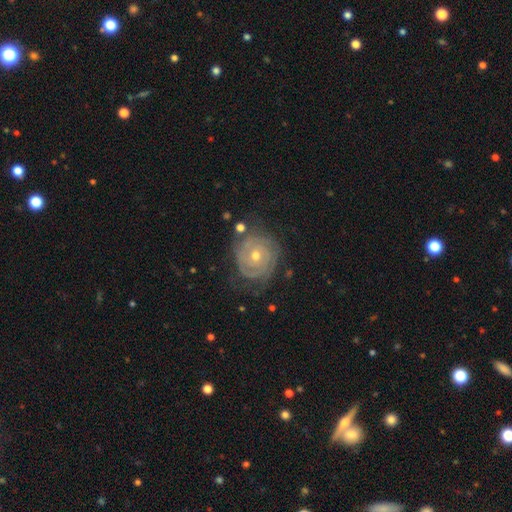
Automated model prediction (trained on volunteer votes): featured or disk 84%, smooth 10%, star or artifact 6%. Down the decision tree: edge-on disk — no (97%); bar — no (79%); spiral arms — yes (94%); spiral arm count — 2 (30%, tied with can't tell); spiral winding — tight (81%); bulge size — moderate (54%); merging — none (72%).